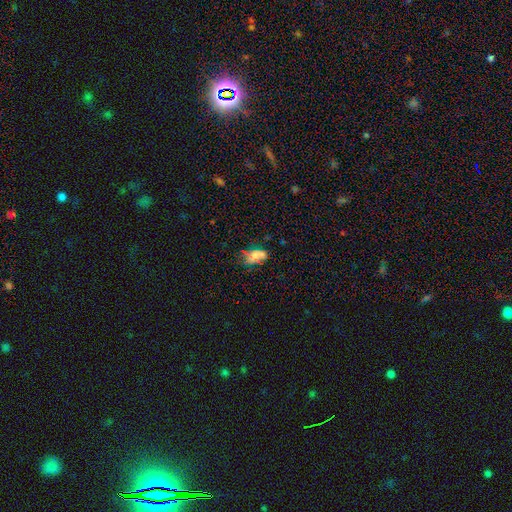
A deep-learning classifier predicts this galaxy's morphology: This appears to be a smooth galaxy with no disk features (56%) that is in between round and cigar-shaped (84%). Merging: none (49%).